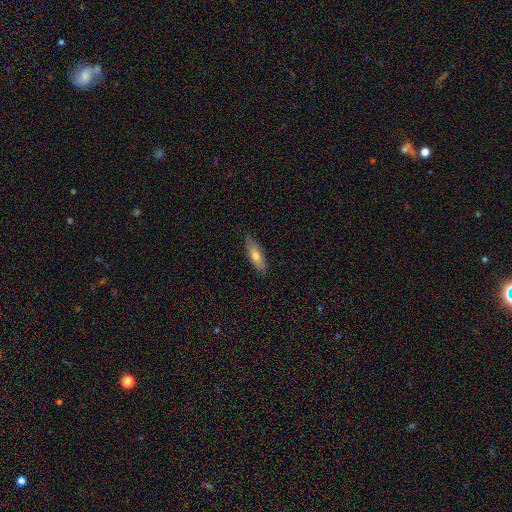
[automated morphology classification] Smooth or featured: smooth — 66% (featured or disk — 28%)
How rounded: cigar-shaped — 56% (in between — 42%)
Merging: none — 83% (minor disturbance — 14%)